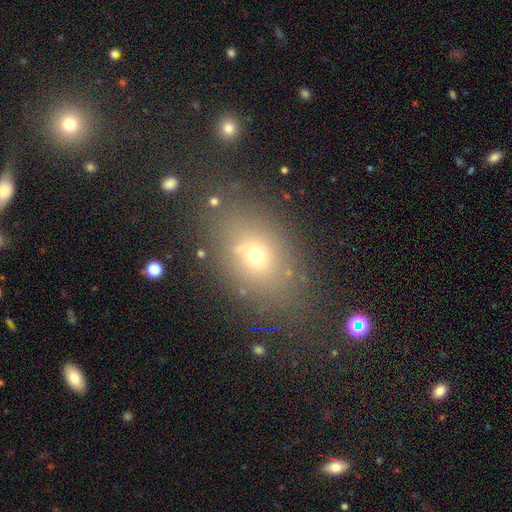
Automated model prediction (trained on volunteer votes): Overall: smooth (64%). How rounded: in between (74%). Merging: none (73%).